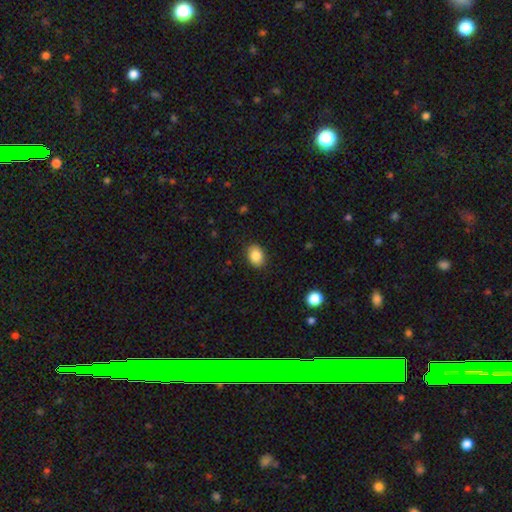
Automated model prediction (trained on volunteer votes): The model was most divided on "how rounded": in between: 69%, round: 30%, cigar-shaped: 1%. More confident: merging — none (87%); smooth or featured — smooth (85%).